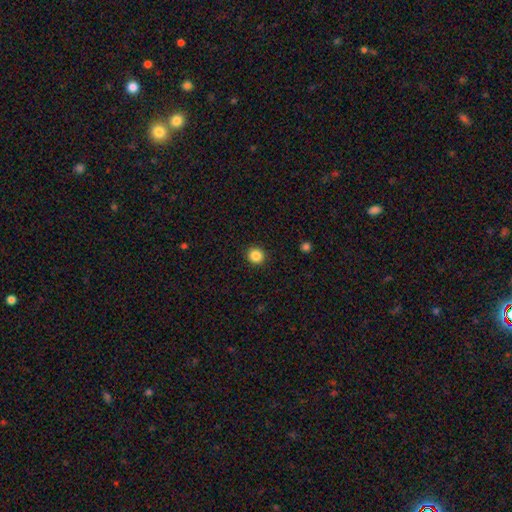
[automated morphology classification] This is clearly a smooth galaxy (85%). How rounded: clearly round (90%). Merging: clearly none (92%).